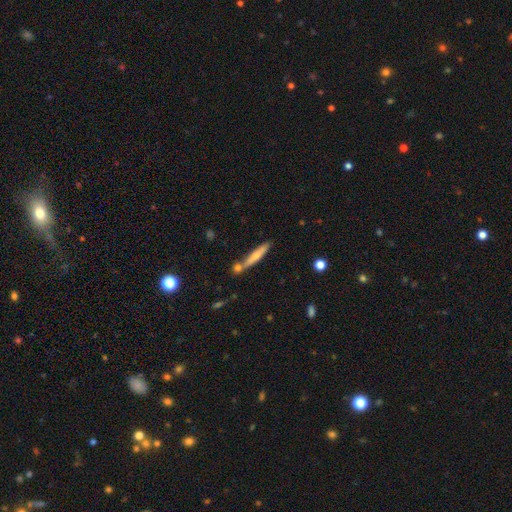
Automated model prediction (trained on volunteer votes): Q: Smooth or featured?
A: smooth (62%); runner-up: featured or disk (31%)
Q: How rounded?
A: cigar-shaped (92%); runner-up: in between (7%)
Q: Merging?
A: none (68%); runner-up: merger (16%)